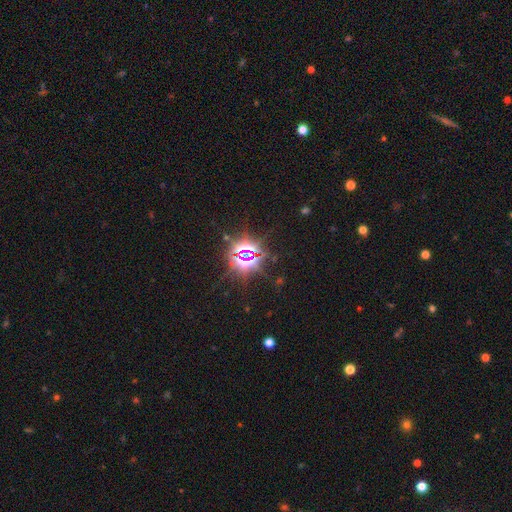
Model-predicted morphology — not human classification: The model was most divided on "smooth or featured": star or artifact: 83%, smooth: 10%, featured or disk: 7%.